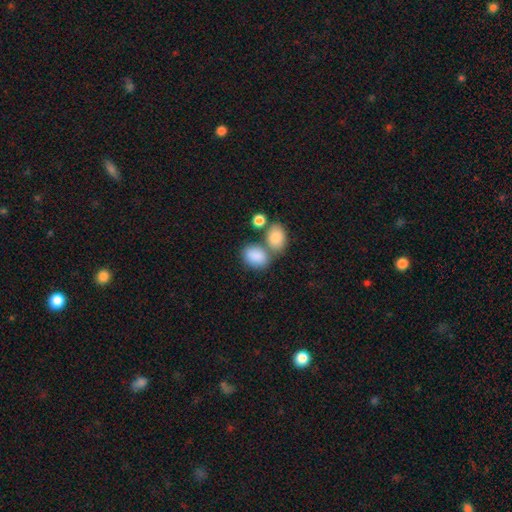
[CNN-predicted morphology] A smooth galaxy with no disk features (86%) that is in between round and cigar-shaped (77%). Merging: none (44%).